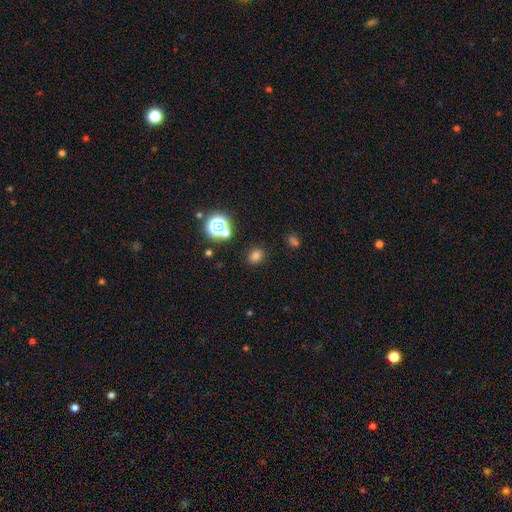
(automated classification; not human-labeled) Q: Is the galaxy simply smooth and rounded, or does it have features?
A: smooth — 75%.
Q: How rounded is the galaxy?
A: round — 51%.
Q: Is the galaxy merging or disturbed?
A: none — 84%.